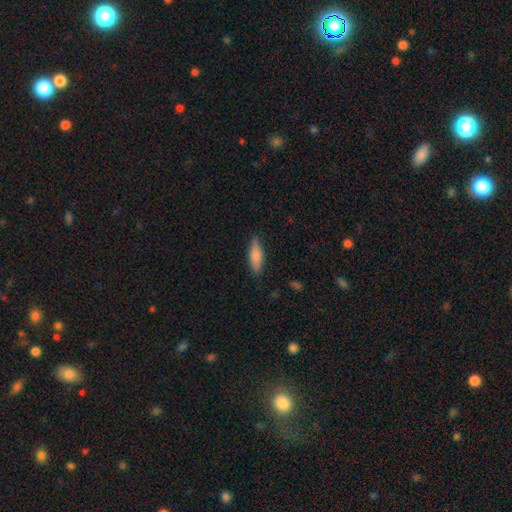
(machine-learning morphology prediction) Q: Smooth or featured?
A: smooth (79%); runner-up: featured or disk (15%)
Q: How rounded?
A: in between (50%); runner-up: cigar-shaped (48%)
Q: Merging?
A: none (84%); runner-up: minor disturbance (13%)